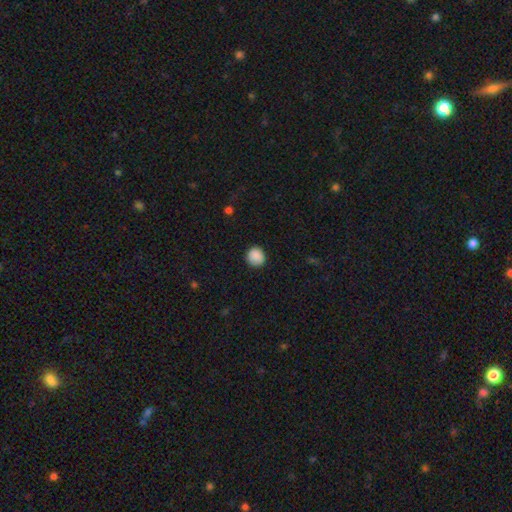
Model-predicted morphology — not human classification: This appears to be a smooth galaxy with no disk features (88%) that is round (90%). Merging: none (88%).